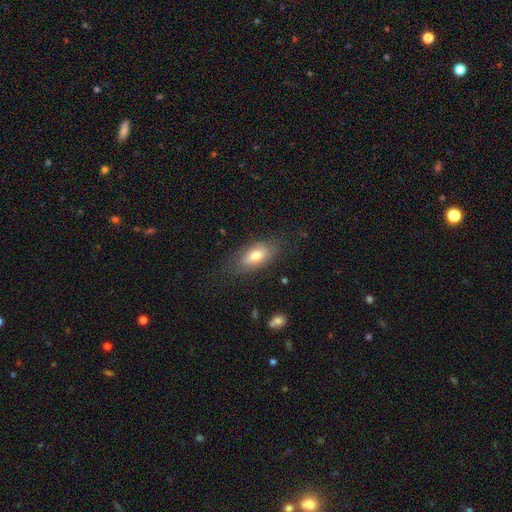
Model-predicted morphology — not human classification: This appears to be a smooth galaxy with no disk features (73%) that is in between round and cigar-shaped (85%). Merging: none (75%).